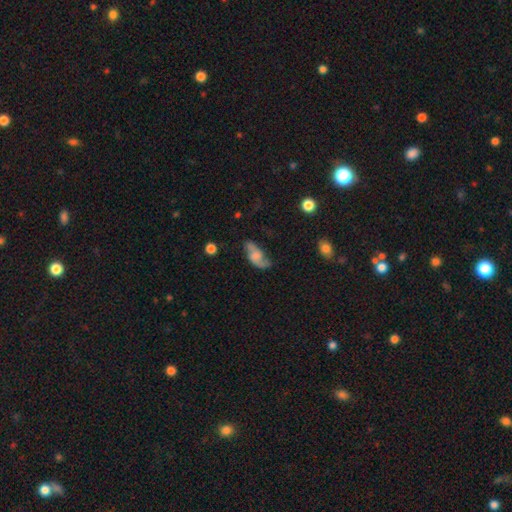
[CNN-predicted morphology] Q: Smooth or featured?
A: featured or disk (59%); runner-up: smooth (32%)
Q: Edge-on disk?
A: no (93%); runner-up: yes (7%)
Q: Bar?
A: no (61%); runner-up: weak (32%)
Q: Spiral arms?
A: yes (86%); runner-up: no (14%)
Q: Bulge size?
A: none (47%); runner-up: small (17%)
Q: Merging?
A: none (53%); runner-up: minor disturbance (26%)